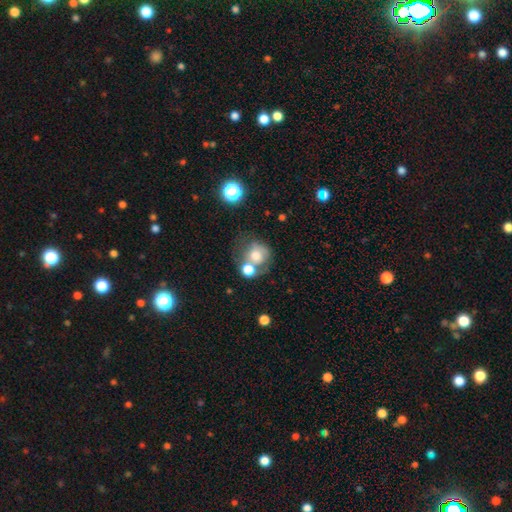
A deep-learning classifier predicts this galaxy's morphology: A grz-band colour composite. It shows a smooth galaxy with no disk features (65%) that is round (77%). Merging: none (36%).